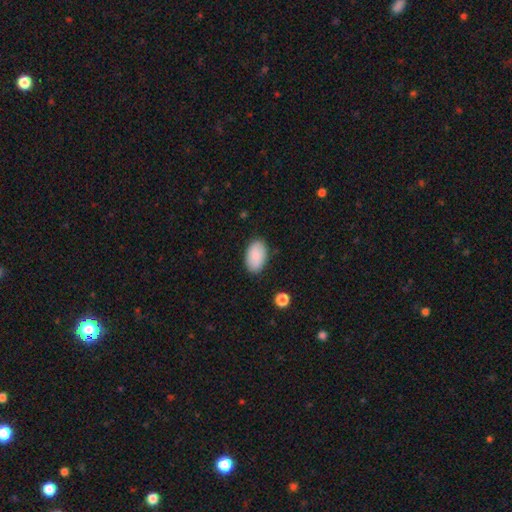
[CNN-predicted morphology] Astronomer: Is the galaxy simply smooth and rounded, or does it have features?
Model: smooth — 89%.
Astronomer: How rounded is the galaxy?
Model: in between — 93%.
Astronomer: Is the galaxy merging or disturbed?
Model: none — 86%.